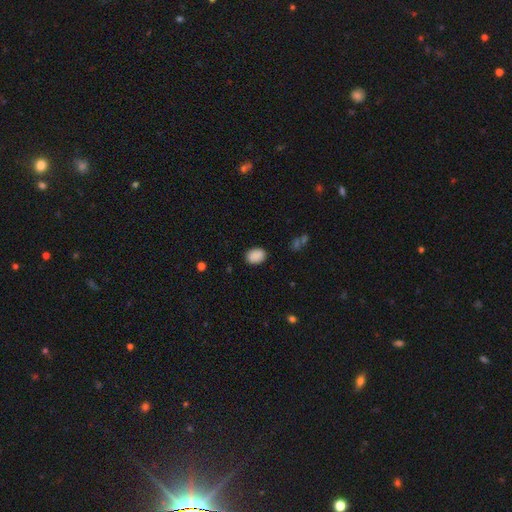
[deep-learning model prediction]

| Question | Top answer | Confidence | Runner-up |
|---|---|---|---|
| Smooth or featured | smooth | 89% | star or artifact (8%) |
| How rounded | in between | 71% | round (28%) |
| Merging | none | 87% | minor disturbance (10%) |